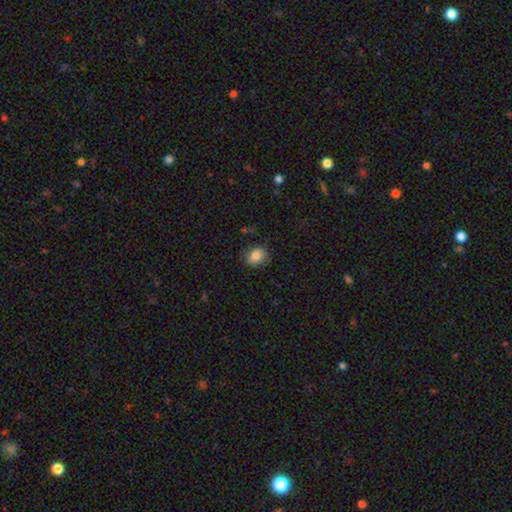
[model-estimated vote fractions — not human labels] smooth 84%, star or artifact 9%, featured or disk 7%. Down the decision tree: how rounded — in between (56%); merging — none (82%).